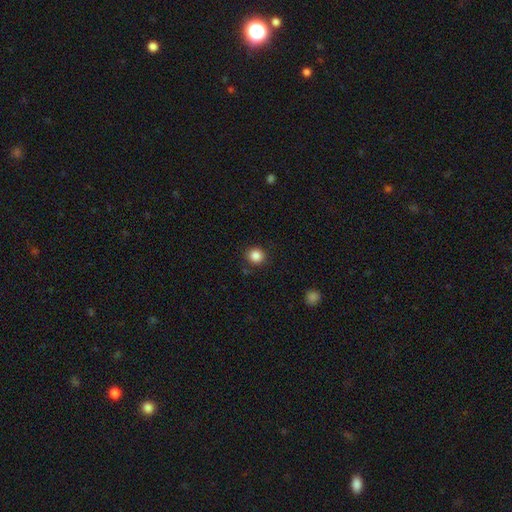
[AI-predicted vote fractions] A smooth galaxy with no disk features (86%) that is round (90%). Merging: none (89%).